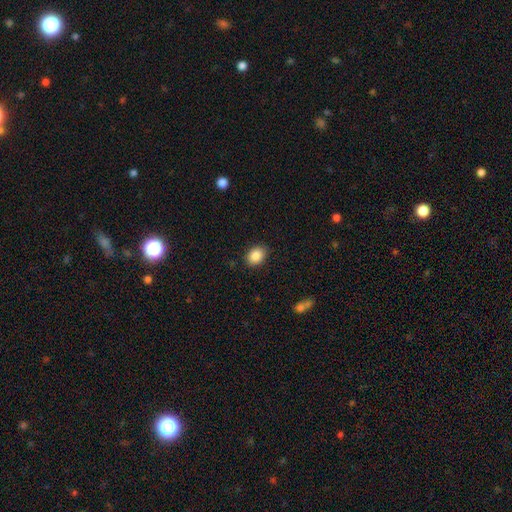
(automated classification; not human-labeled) smooth 87%, star or artifact 8%, featured or disk 4%. Down the decision tree: how rounded — in between (61%); merging — none (88%).